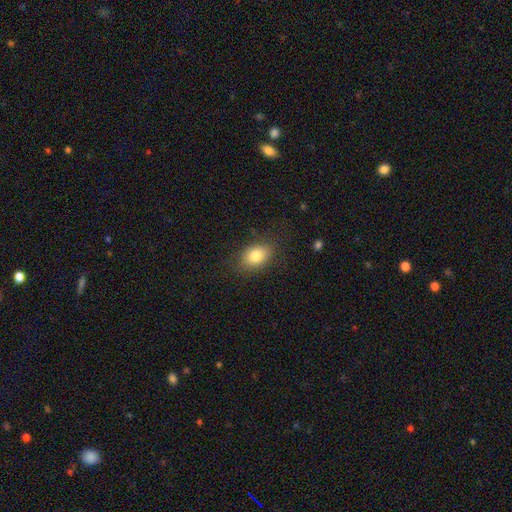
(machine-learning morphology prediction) Smooth or featured: smooth — 82% (featured or disk — 9%)
How rounded: in between — 77% (round — 22%)
Merging: none — 82% (minor disturbance — 13%)